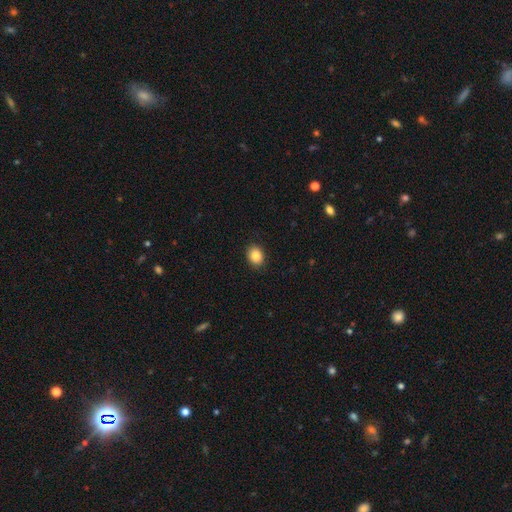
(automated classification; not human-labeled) Smooth or featured?
  - smooth: 87% *
  - star or artifact: 9%
  - featured or disk: 4%
How rounded?
  - in between: 50% *
  - round: 49%
  - cigar-shaped: 1%
Merging?
  - none: 89% *
  - minor disturbance: 8%
  - major disturbance: 2%
  - merger: 1%